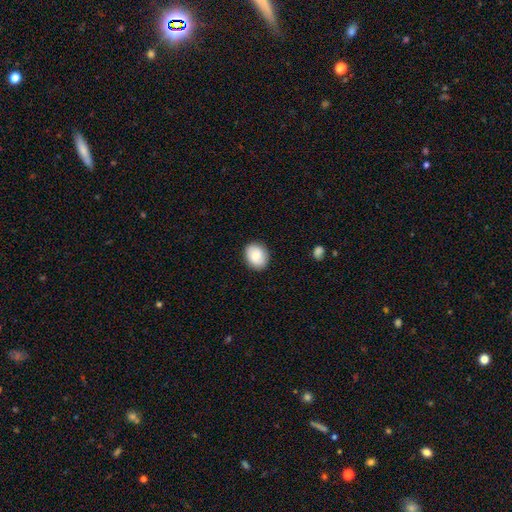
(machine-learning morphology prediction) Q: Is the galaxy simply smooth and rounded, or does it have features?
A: smooth — 82%.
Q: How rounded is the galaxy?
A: in between — 56%.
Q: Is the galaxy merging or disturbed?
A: none — 86%.